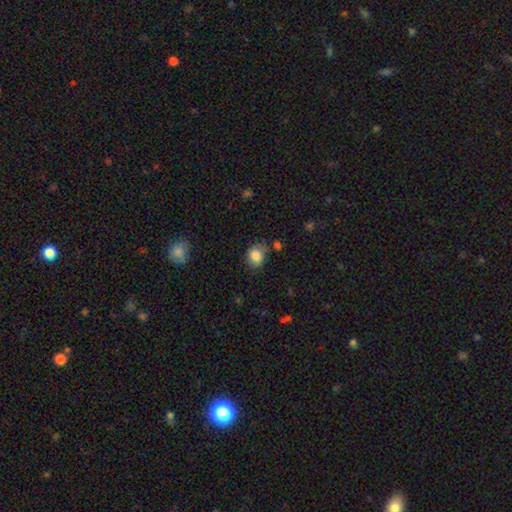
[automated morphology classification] smooth_or_featured: smooth (p=0.84) [alt: star or artifact p=0.09]
how_rounded: round (p=0.66) [alt: in between p=0.34]
merging: none (p=0.68) [alt: minor disturbance p=0.21]